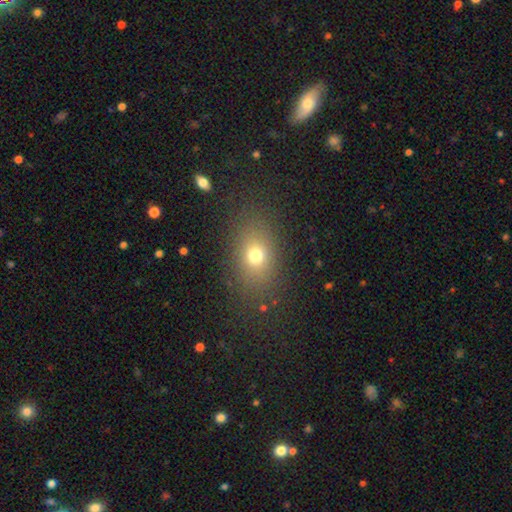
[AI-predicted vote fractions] smooth-or-featured: smooth: 71% | star or artifact: 16% | featured or disk: 13%
  how-rounded: in between: 68% | round: 30% | cigar-shaped: 2%
  merging: none: 83% | minor disturbance: 10% | major disturbance: 5% | merger: 2%